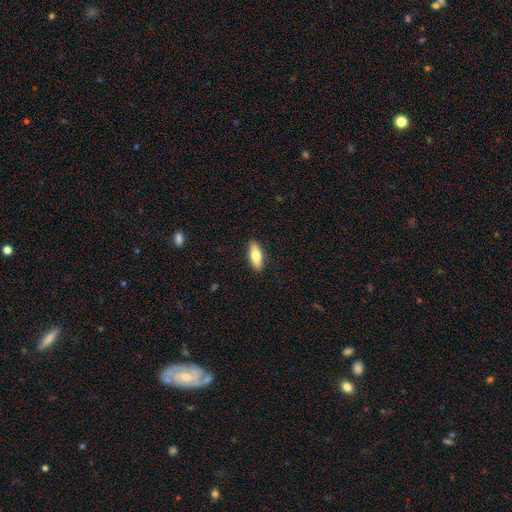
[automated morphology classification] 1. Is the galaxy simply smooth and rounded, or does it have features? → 72% smooth, 22% featured or disk, 6% star or artifact.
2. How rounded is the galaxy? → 72% in between, 25% cigar-shaped, 3% round.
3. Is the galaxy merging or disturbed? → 89% none, 8% minor disturbance, 2% major disturbance, 1% merger.